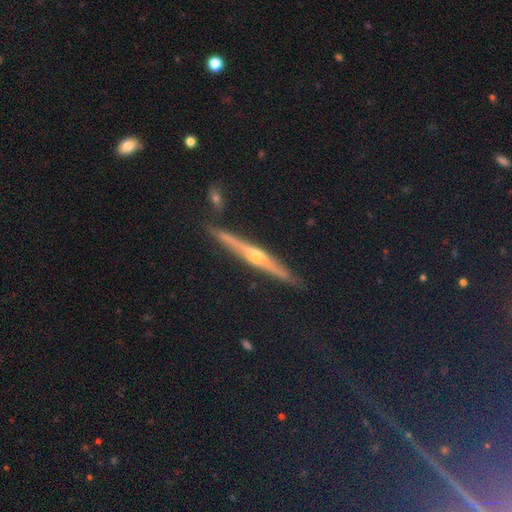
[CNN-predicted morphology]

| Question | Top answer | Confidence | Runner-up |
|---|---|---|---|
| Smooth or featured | featured or disk | 69% | star or artifact (19%) |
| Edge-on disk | yes | 95% | no (5%) |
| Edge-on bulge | rounded | 88% | none (7%) |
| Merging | none | 88% | minor disturbance (8%) |